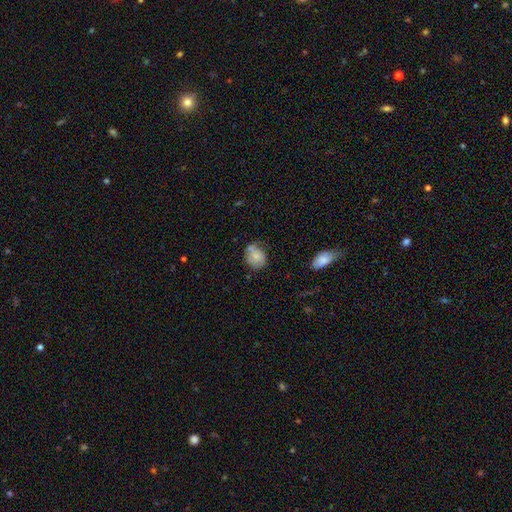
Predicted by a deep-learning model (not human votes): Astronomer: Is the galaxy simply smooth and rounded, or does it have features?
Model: smooth — 69%.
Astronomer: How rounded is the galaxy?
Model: in between — 54% (runner-up: round, 45%).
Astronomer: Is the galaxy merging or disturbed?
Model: none — 48% (runner-up: minor disturbance, 33%).